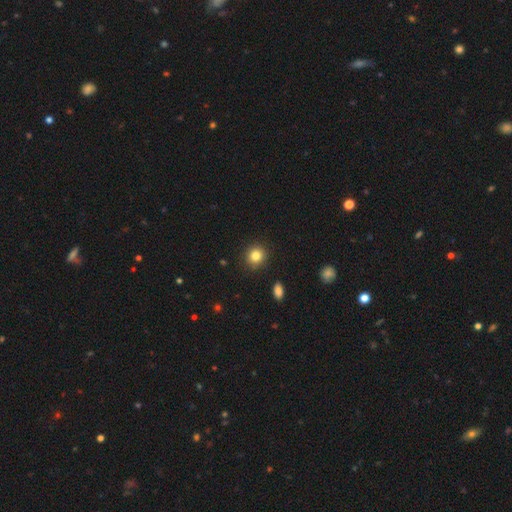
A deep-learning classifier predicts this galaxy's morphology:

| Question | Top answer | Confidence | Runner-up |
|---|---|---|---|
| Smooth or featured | smooth | 84% | star or artifact (10%) |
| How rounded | round | 83% | in between (16%) |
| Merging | none | 90% | minor disturbance (6%) |